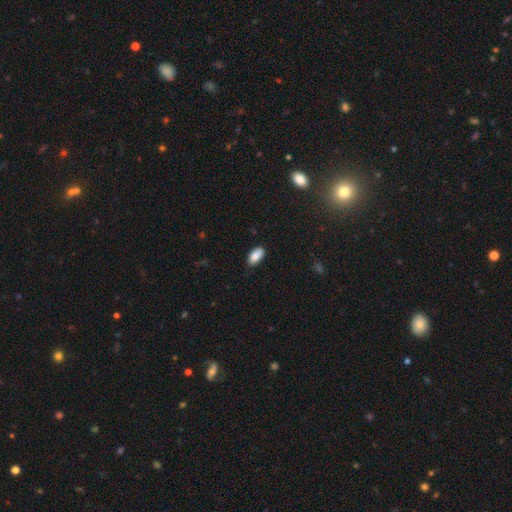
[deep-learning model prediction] smooth-or-featured: smooth: 87% | star or artifact: 7% | featured or disk: 6%
  how-rounded: in between: 92% | cigar-shaped: 5% | round: 2%
  merging: none: 78% | minor disturbance: 18% | major disturbance: 2% | merger: 1%